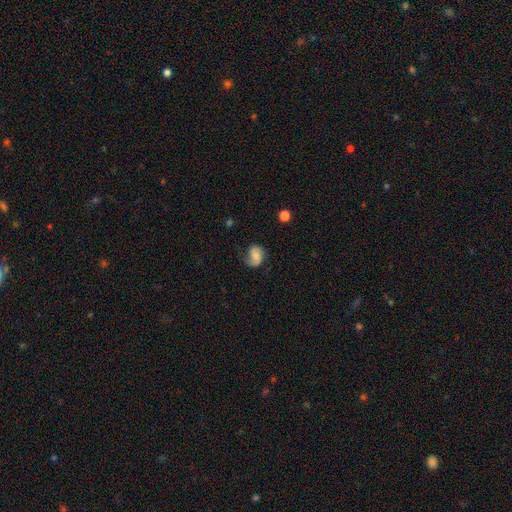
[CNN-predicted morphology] Smooth or featured: featured or disk — 52% (smooth — 39%)
Edge-on disk: no — 98% (yes — 2%)
Bar: no — 53% (weak — 38%)
Spiral arms: yes — 91% (no — 9%)
Bulge size: small — 36% (moderate — 30%)
Merging: none — 63% (minor disturbance — 24%)